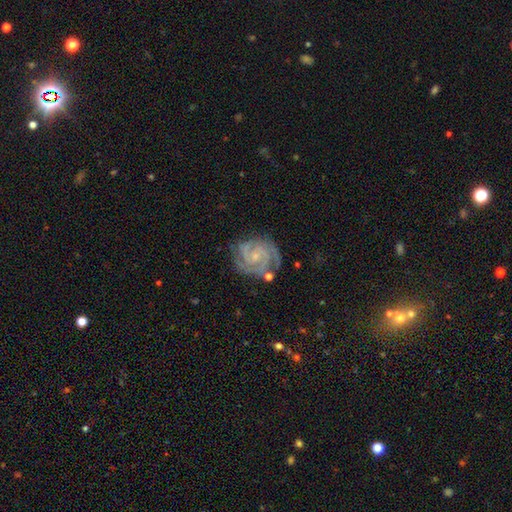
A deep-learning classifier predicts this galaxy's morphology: Overall: featured or disk (91%). Edge-on disk: no (98%). Bar: no (59%; weak 31%). Spiral arms: yes (99%). Spiral arm count: 2 (38%; 3 37%). Spiral winding: tight (73%). Bulge size: small (74%). Merging: none (74%).